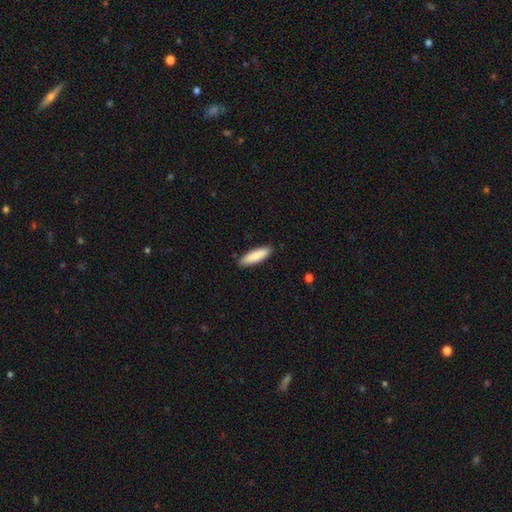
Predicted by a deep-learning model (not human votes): Smooth or featured? Predicted: smooth (p=0.85). How rounded? Predicted: cigar-shaped (p=0.59). Merging? Predicted: none (p=0.89).